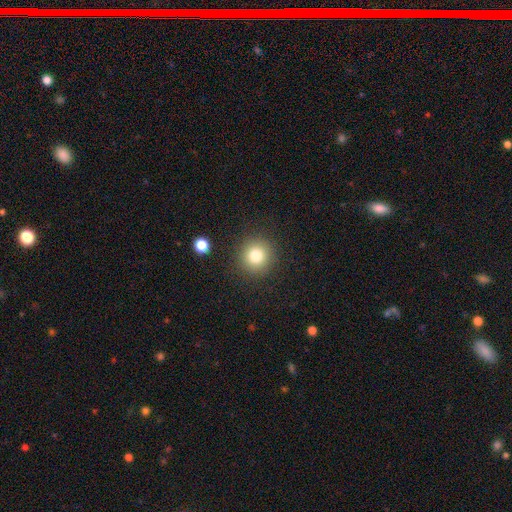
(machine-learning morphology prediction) Q: Smooth or featured?
A: smooth (79%); runner-up: star or artifact (12%)
Q: How rounded?
A: round (93%); runner-up: in between (6%)
Q: Merging?
A: none (89%); runner-up: minor disturbance (6%)